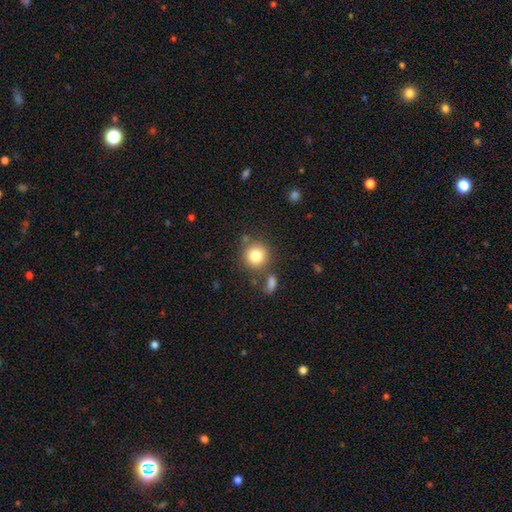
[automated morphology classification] This appears to be a smooth galaxy with no disk features (81%) that is round (92%). Merging: none (75%).